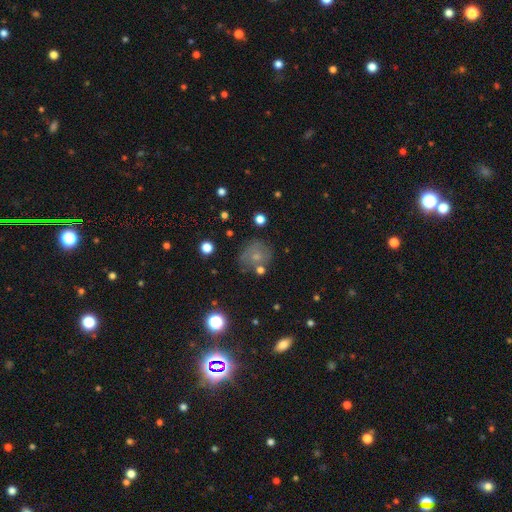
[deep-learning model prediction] Morphology: type=smooth (57%); roundness=round (79%); merging=none (60%).